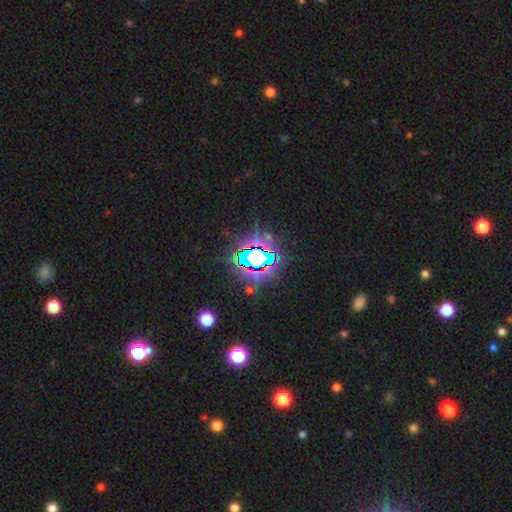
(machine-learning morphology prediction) A star or artifact, not a galaxy (77%).